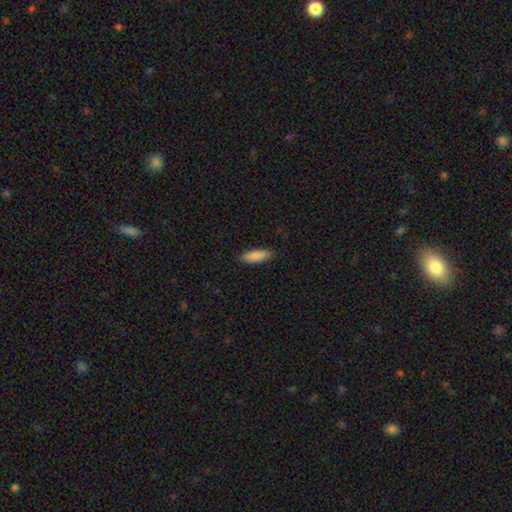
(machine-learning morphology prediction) This appears to be a smooth galaxy with no disk features (88%) that is in between round and cigar-shaped (52%). Merging: none (89%).